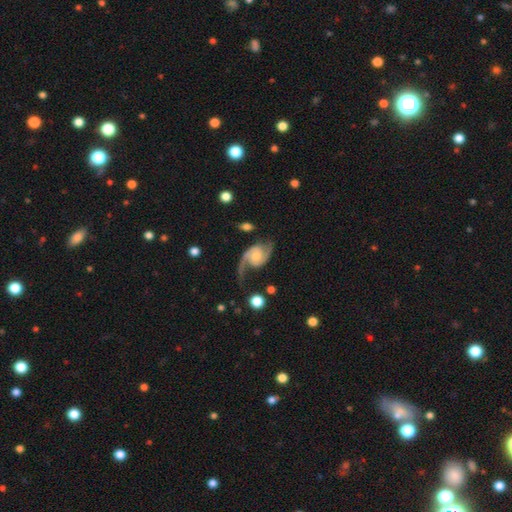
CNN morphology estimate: Smooth or featured: featured or disk — 91% (smooth — 5%)
Edge-on disk: no — 98% (yes — 2%)
Bar: no — 65% (weak — 28%)
Spiral arms: yes — 98% (no — 2%)
Spiral winding: medium — 47% (loose — 37%)
Spiral arm count: 2 — 92% (1 — 3%)
Bulge size: moderate — 47% (small — 40%)
Merging: none — 66% (minor disturbance — 19%)